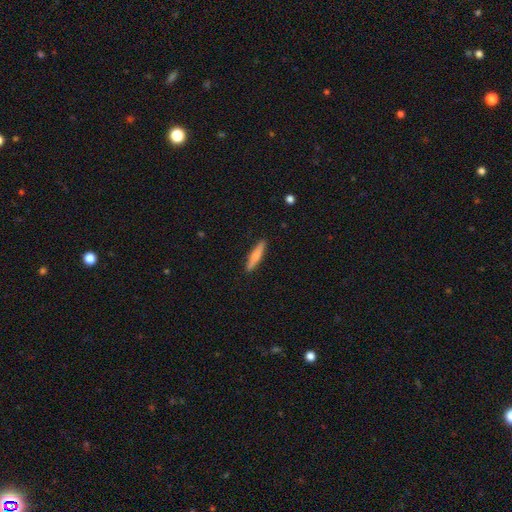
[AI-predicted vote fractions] smooth-or-featured: smooth: 70% | featured or disk: 24% | star or artifact: 5%
  how-rounded: cigar-shaped: 88% | in between: 11% | round: 2%
  merging: none: 90% | minor disturbance: 7% | major disturbance: 2% | merger: 1%